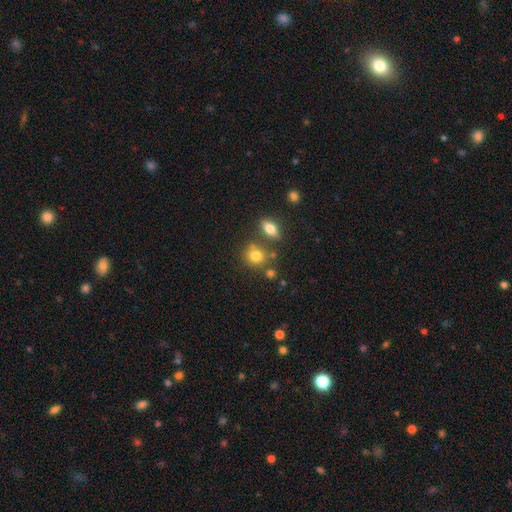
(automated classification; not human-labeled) Smooth or featured: smooth — 78% (star or artifact — 11%)
How rounded: round — 71% (in between — 27%)
Merging: none — 64% (merger — 19%)